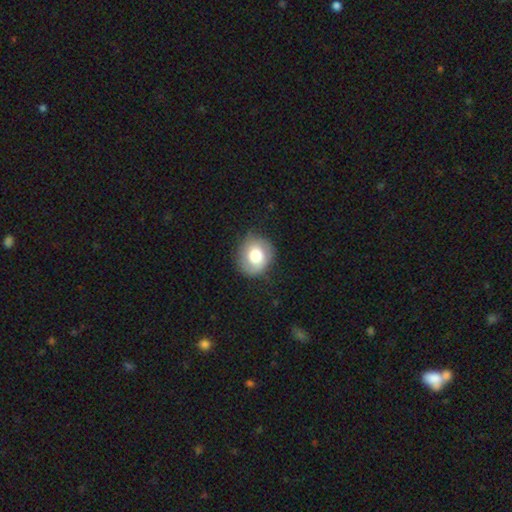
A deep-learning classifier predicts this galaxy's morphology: This is likely a smooth galaxy (74%). How rounded: likely round (79%). Merging: likely none (75%).